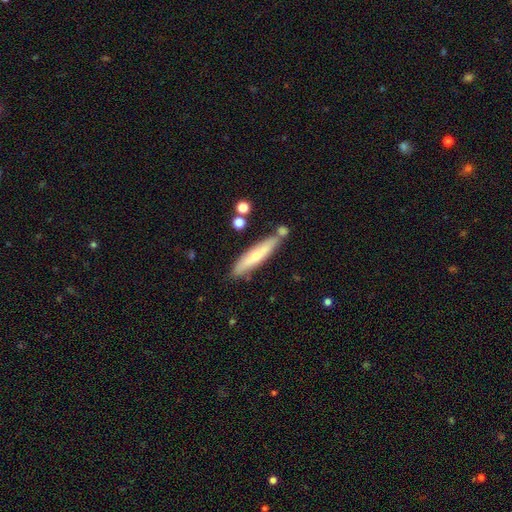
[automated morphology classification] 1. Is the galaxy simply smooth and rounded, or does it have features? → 55% smooth, 39% featured or disk, 6% star or artifact.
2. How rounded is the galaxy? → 86% cigar-shaped, 12% in between, 1% round.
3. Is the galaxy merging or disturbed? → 73% none, 14% minor disturbance, 10% merger, 3% major disturbance.